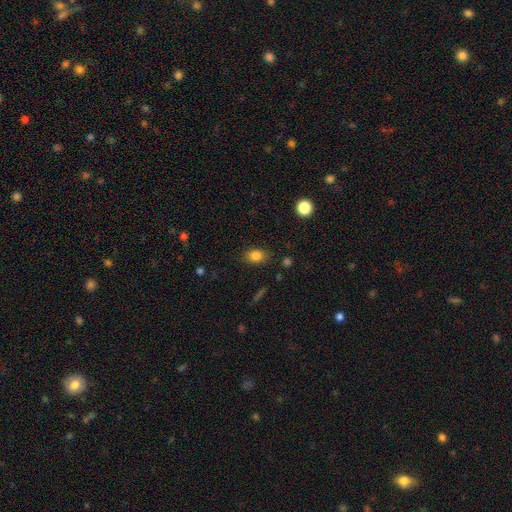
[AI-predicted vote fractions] Smooth or featured? smooth (83%)
How rounded? in between (72%)
Merging? none (83%)